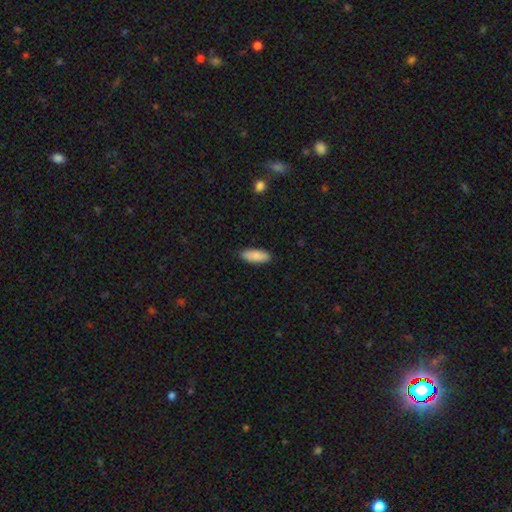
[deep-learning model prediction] Smooth or featured? smooth (87%)
How rounded? in between (76%)
Merging? none (88%)